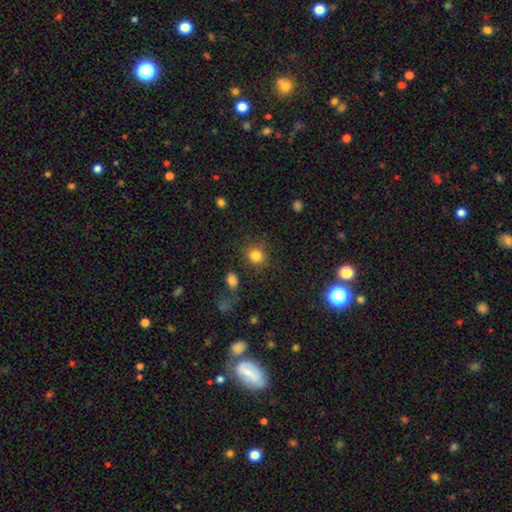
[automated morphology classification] A smooth galaxy with no disk features (83%) that is round (78%).

Vote fractions:
- Smooth or featured? smooth: 83% / star or artifact: 12% / featured or disk: 5%
- How rounded? round: 78% / in between: 21% / cigar-shaped: 1%
- Merging? none: 81% / minor disturbance: 11% / major disturbance: 5% / merger: 3%